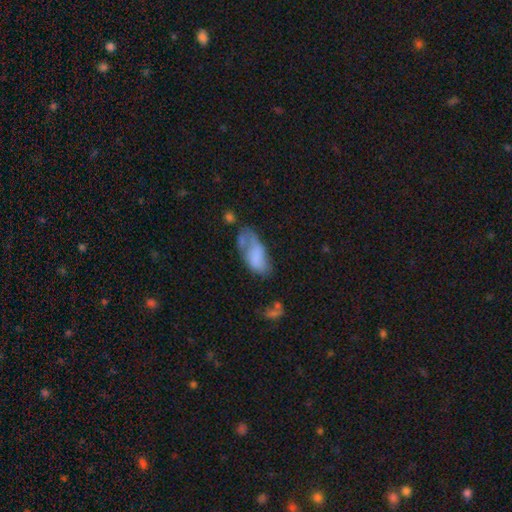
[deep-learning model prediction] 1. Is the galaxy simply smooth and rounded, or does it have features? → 62% smooth, 30% featured or disk, 9% star or artifact.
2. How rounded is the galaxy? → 89% in between, 8% cigar-shaped, 3% round.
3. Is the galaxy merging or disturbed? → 31% major disturbance, 27% minor disturbance, 27% none, 15% merger.